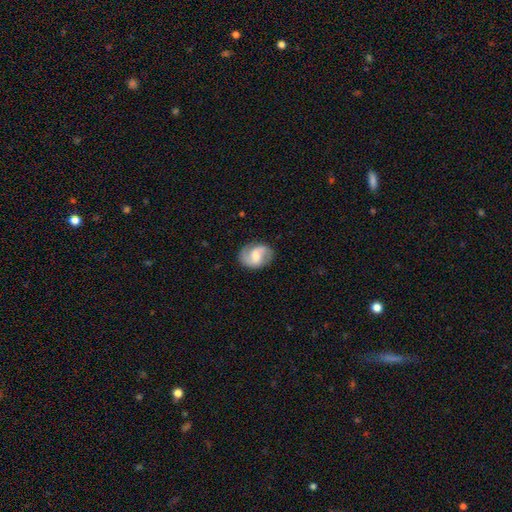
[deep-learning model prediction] Smooth or featured? Predicted: featured or disk (p=0.75). Edge-on disk? Predicted: no (p=0.98). Bar? Predicted: weak (p=0.51). Spiral arms? Predicted: yes (p=0.94). Spiral winding? Predicted: medium (p=0.50). Spiral arm count? Predicted: 2 (p=0.89). Bulge size? Predicted: moderate (p=0.50). Merging? Predicted: none (p=0.82).